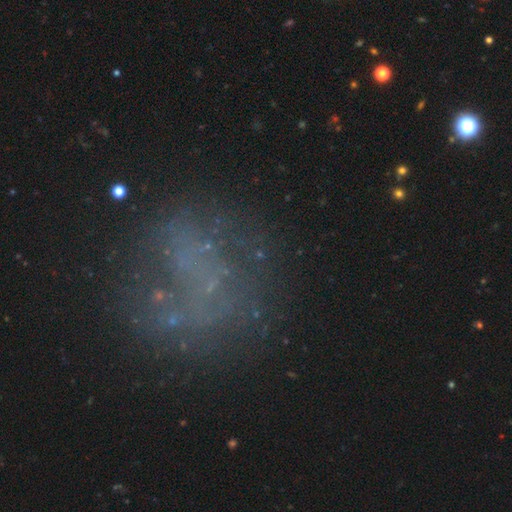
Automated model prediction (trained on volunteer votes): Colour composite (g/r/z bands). It shows a featured or disk galaxy (45%). Merging: none (59%).